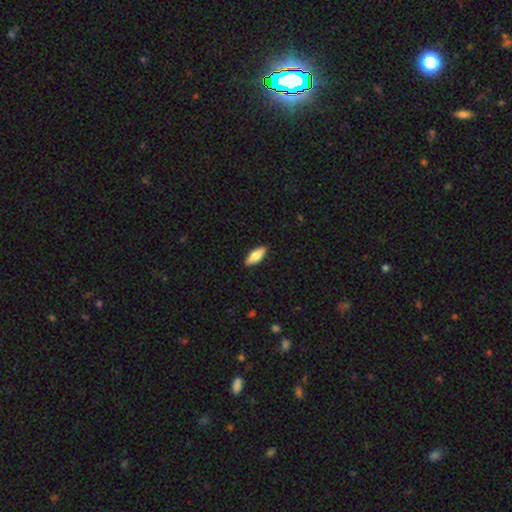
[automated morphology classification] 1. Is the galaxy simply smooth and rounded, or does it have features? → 71% smooth, 23% featured or disk, 6% star or artifact.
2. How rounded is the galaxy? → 67% in between, 31% cigar-shaped, 2% round.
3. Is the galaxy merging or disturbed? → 89% none, 8% minor disturbance, 2% major disturbance, 1% merger.